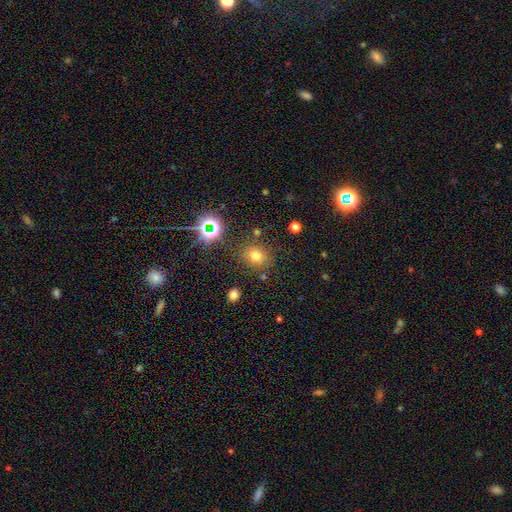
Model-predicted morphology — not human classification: The model was most divided on "how rounded": round: 68%, in between: 31%, cigar-shaped: 1%. More confident: merging — none (81%); smooth or featured — smooth (67%).